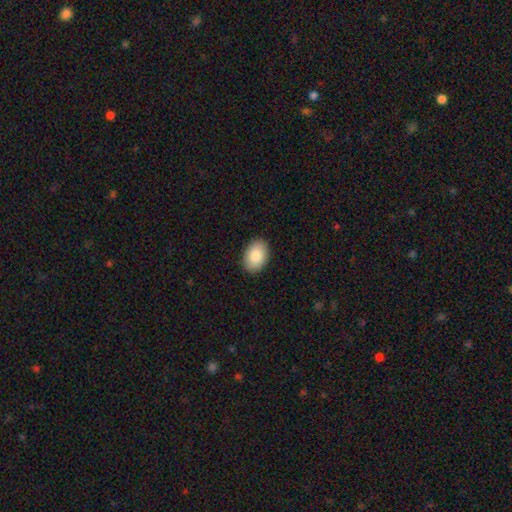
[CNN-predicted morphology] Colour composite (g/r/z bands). It shows a smooth galaxy with no disk features (87%) that is in between round and cigar-shaped (88%). Merging: none (90%).